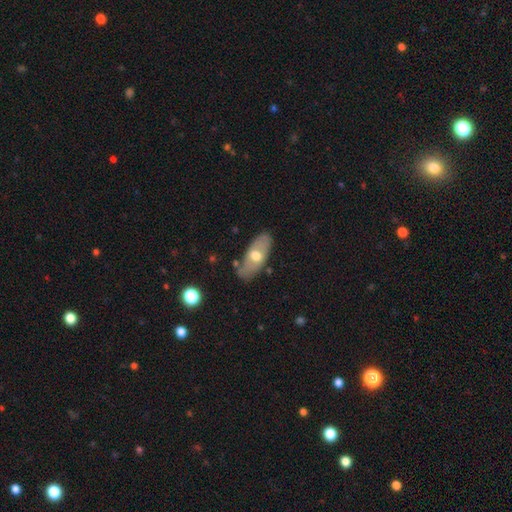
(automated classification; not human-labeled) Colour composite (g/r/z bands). It shows a smooth galaxy with no disk features (55%) that is in between round and cigar-shaped (86%). Merging: none (77%).